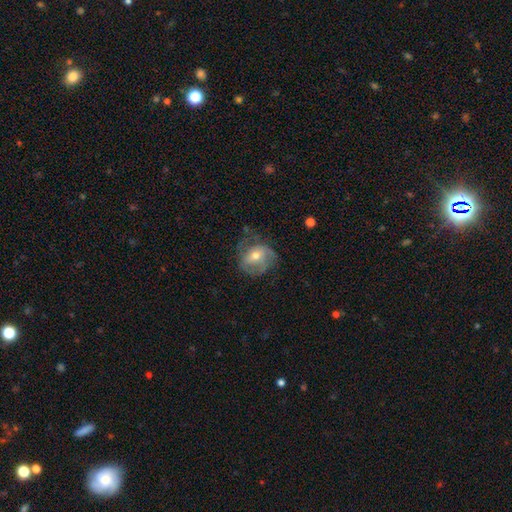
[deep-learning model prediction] Q: Smooth or featured?
A: featured or disk (52%); runner-up: smooth (40%)
Q: Edge-on disk?
A: no (96%); runner-up: yes (4%)
Q: Merging?
A: none (49%); runner-up: minor disturbance (28%)